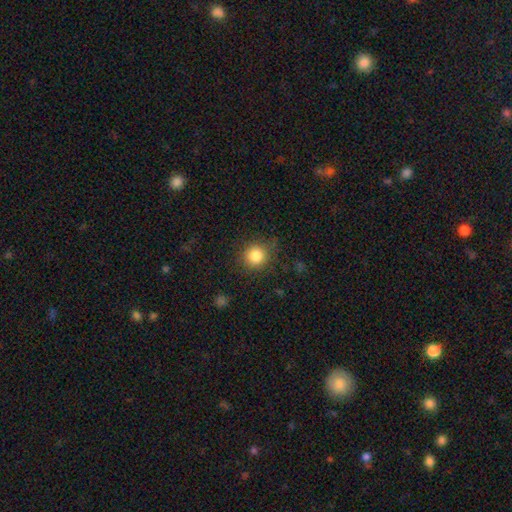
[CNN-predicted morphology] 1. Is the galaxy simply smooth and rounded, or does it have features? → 84% smooth, 11% star or artifact, 5% featured or disk.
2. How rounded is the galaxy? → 90% round, 9% in between, 1% cigar-shaped.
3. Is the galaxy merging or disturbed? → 81% none, 13% minor disturbance, 4% major disturbance, 1% merger.